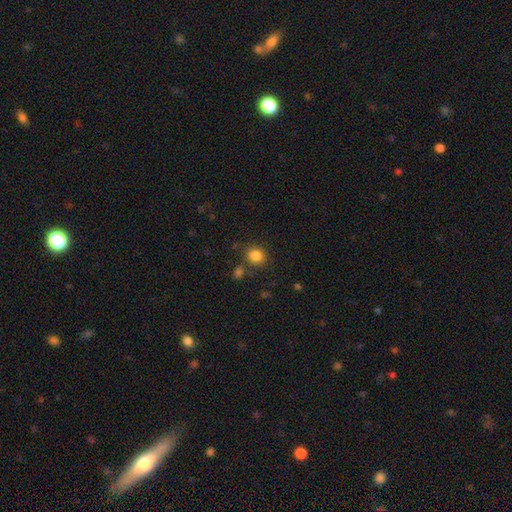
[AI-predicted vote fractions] This is clearly a smooth galaxy (84%). How rounded: likely round (69%). Merging: likely none (77%).